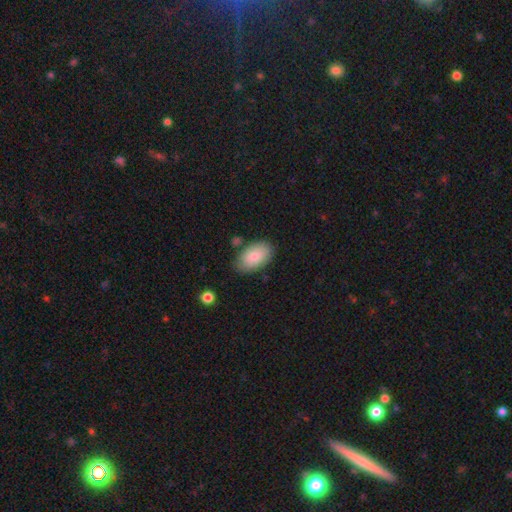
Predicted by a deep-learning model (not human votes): Q: Smooth or featured?
A: smooth (82%); runner-up: featured or disk (12%)
Q: How rounded?
A: in between (94%); runner-up: round (5%)
Q: Merging?
A: none (76%); runner-up: minor disturbance (16%)